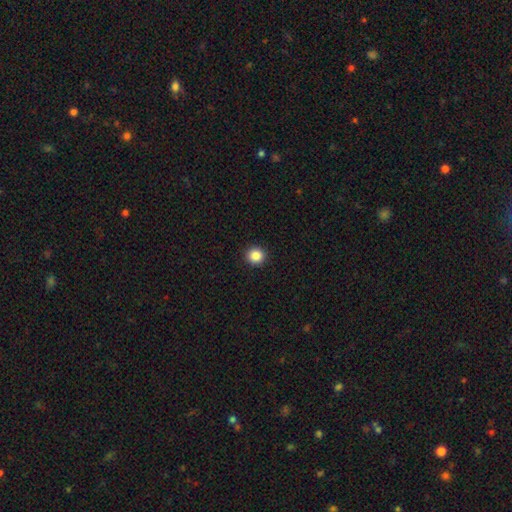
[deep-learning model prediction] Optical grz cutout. It shows a smooth galaxy with no disk features (87%) that is round (94%). Merging: none (93%).